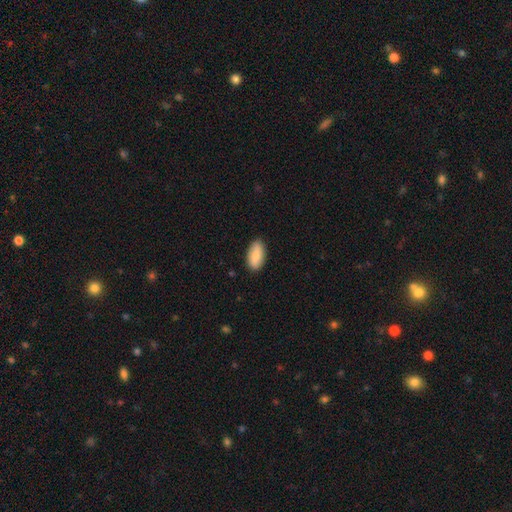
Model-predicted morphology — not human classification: The model was most divided on "smooth or featured": smooth: 86%, featured or disk: 8%, star or artifact: 6%. More confident: how rounded — in between (91%); merging — none (88%).